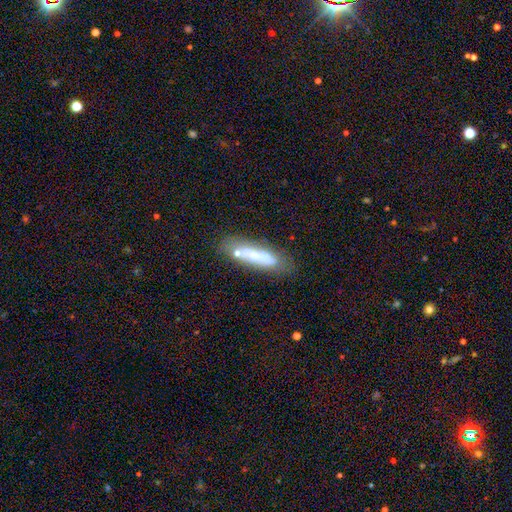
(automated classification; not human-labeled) smooth-or-featured: smooth: 54% | featured or disk: 37% | star or artifact: 10%
  how-rounded: cigar-shaped: 74% | in between: 24% | round: 2%
  merging: none: 64% | minor disturbance: 18% | merger: 11% | major disturbance: 7%